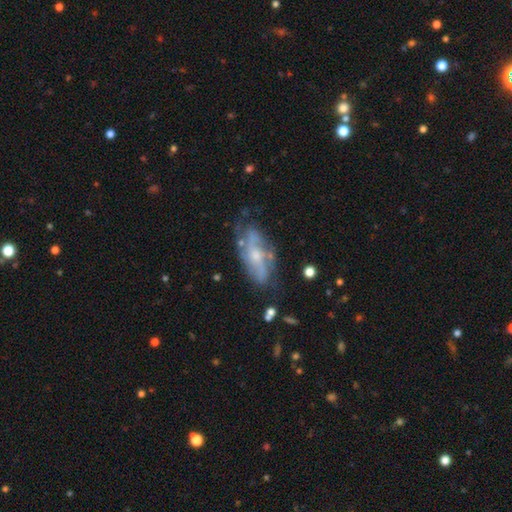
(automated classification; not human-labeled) Smooth or featured: featured or disk — 72% (smooth — 21%)
Edge-on disk: no — 86% (yes — 14%)
Bar: no — 62% (weak — 30%)
Spiral arms: yes — 79% (no — 21%)
Bulge size: moderate — 45% (small — 44%)
Merging: none — 62% (minor disturbance — 23%)